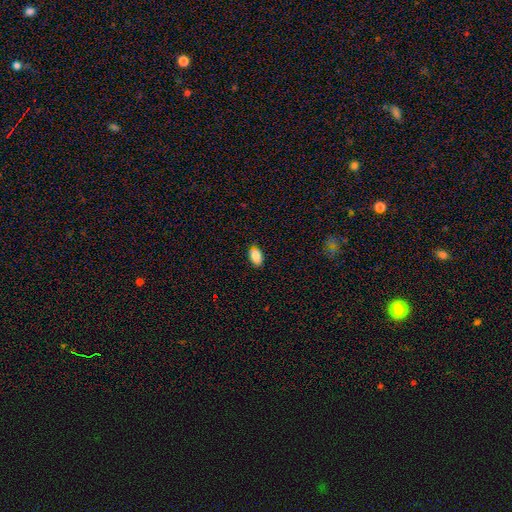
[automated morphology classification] A smooth galaxy with no disk features (88%) that is in between round and cigar-shaped (91%). Merging: none (82%).